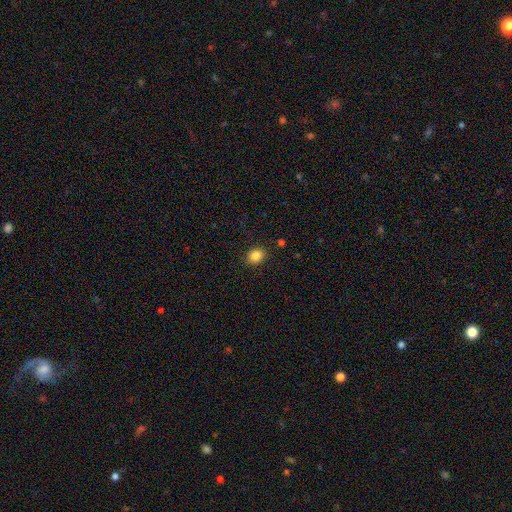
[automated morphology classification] This appears to be a smooth galaxy with no disk features (84%) that is round (63%). Merging: none (88%).